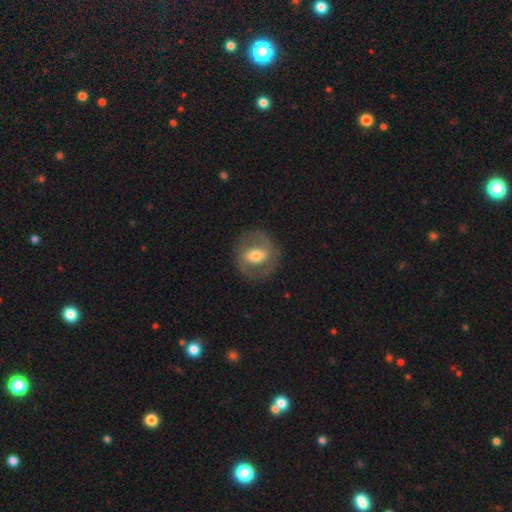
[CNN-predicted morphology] type=featured or disk (70%); edge-on=no (95%); bar=strong (43%); spiral arms=yes (71%); bulge=moderate (66%); merging=none (81%).